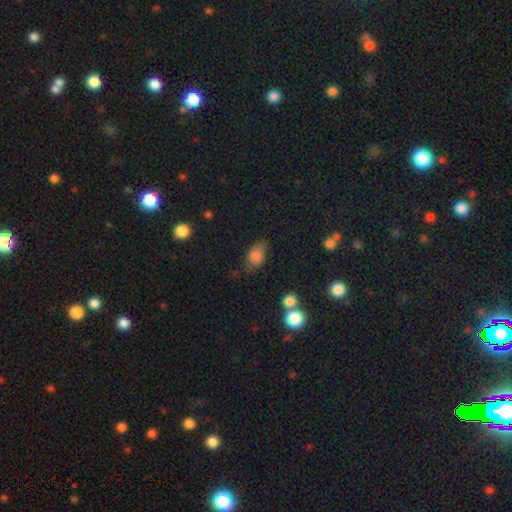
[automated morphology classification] smooth-or-featured: smooth: 81% | star or artifact: 11% | featured or disk: 9%
  how-rounded: in between: 85% | round: 13% | cigar-shaped: 2%
  merging: none: 66% | minor disturbance: 24% | major disturbance: 7% | merger: 3%